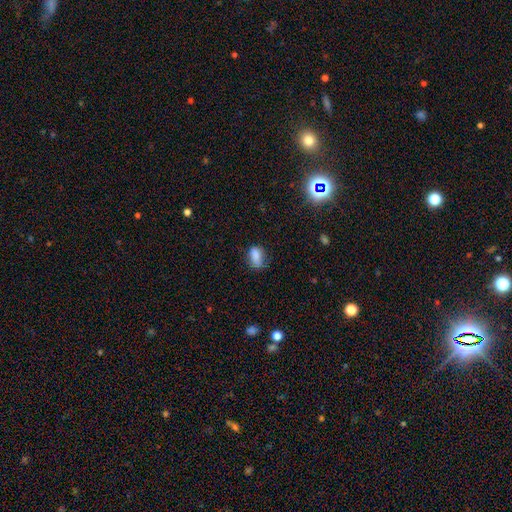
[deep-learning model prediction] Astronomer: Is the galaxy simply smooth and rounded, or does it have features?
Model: smooth — 81%.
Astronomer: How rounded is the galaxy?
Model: in between — 84%.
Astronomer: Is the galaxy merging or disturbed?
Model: none — 48% (runner-up: minor disturbance, 34%).